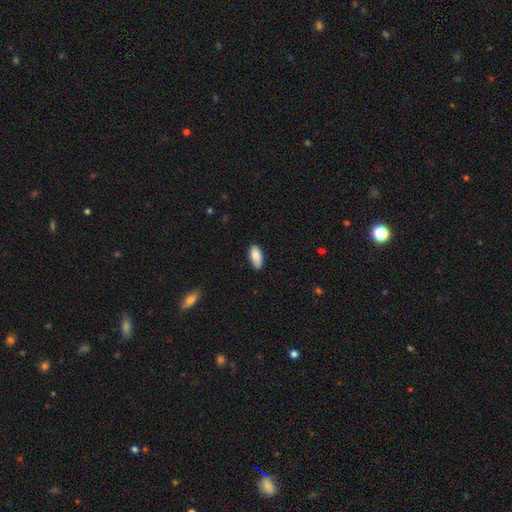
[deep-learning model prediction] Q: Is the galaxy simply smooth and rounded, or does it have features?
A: smooth — 87%.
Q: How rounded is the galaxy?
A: in between — 90%.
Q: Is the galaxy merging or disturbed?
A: none — 83%.